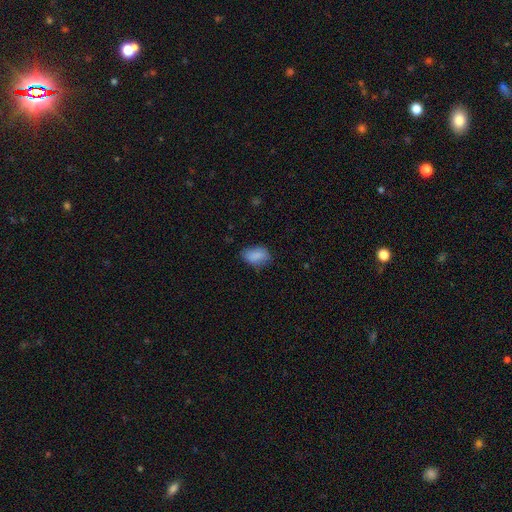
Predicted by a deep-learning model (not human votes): smooth_or_featured: smooth (p=0.86) [alt: star or artifact p=0.08]
how_rounded: in between (p=0.87) [alt: round p=0.11]
merging: none (p=0.68) [alt: minor disturbance p=0.25]